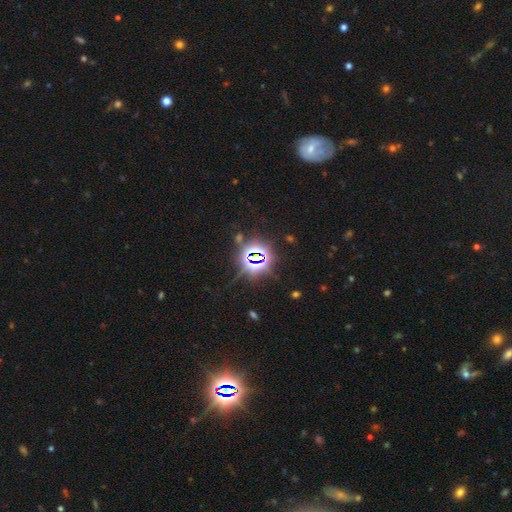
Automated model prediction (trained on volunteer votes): smooth-or-featured: star or artifact: 75% | smooth: 15% | featured or disk: 10%